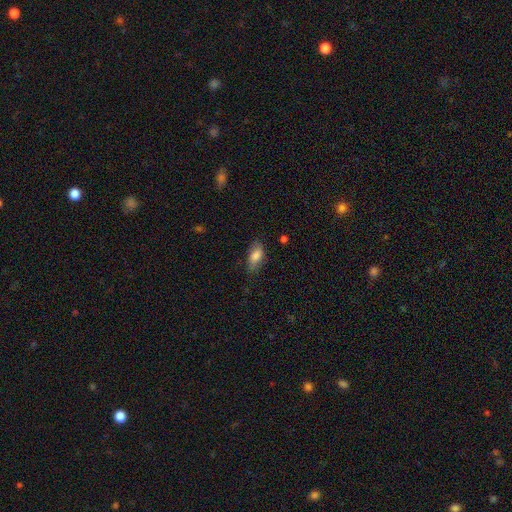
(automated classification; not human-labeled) Smooth or featured? smooth (79%)
How rounded? in between (88%)
Merging? none (71%)